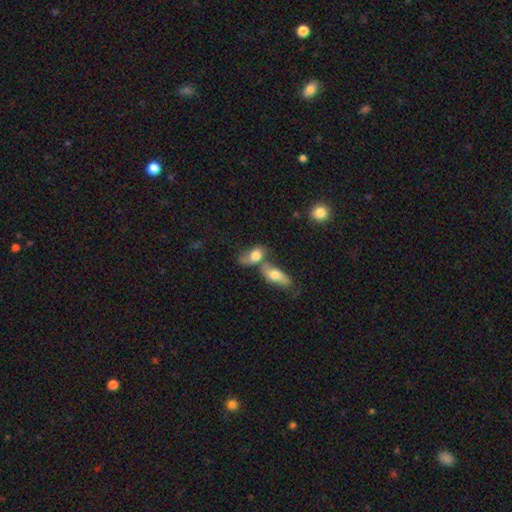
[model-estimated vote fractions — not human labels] Smooth or featured?
  - smooth: 72% *
  - featured or disk: 20%
  - star or artifact: 8%
How rounded?
  - in between: 82% *
  - round: 12%
  - cigar-shaped: 6%
Merging?
  - merger: 59% *
  - none: 24%
  - minor disturbance: 10%
  - major disturbance: 7%